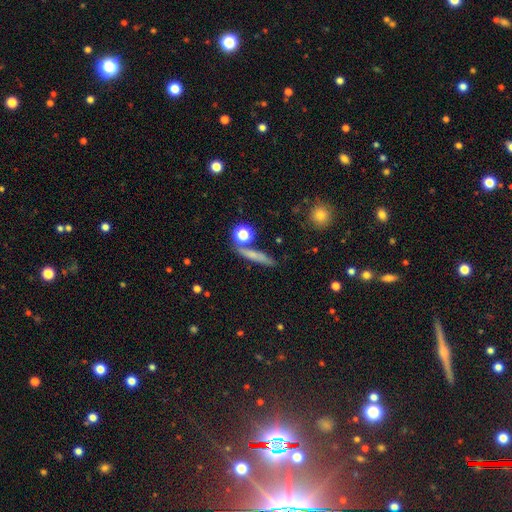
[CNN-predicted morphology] smooth-or-featured: smooth: 64% | featured or disk: 24% | star or artifact: 12%
  how-rounded: cigar-shaped: 76% | in between: 12% | round: 12%
  merging: none: 74% | minor disturbance: 13% | merger: 9% | major disturbance: 4%